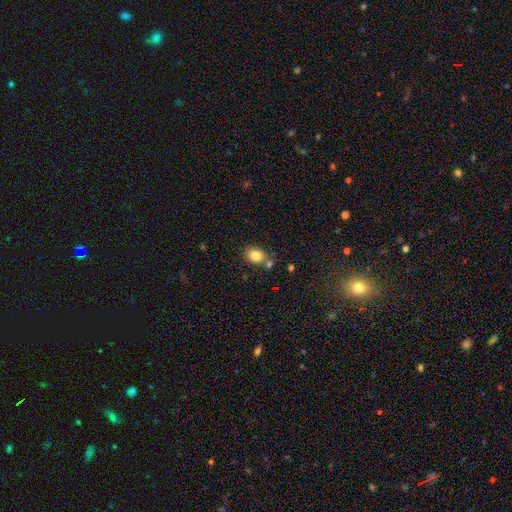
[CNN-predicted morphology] smooth-or-featured: smooth: 82% | star or artifact: 9% | featured or disk: 9%
  how-rounded: in between: 66% | round: 33% | cigar-shaped: 1%
  merging: none: 67% | merger: 17% | minor disturbance: 13% | major disturbance: 3%